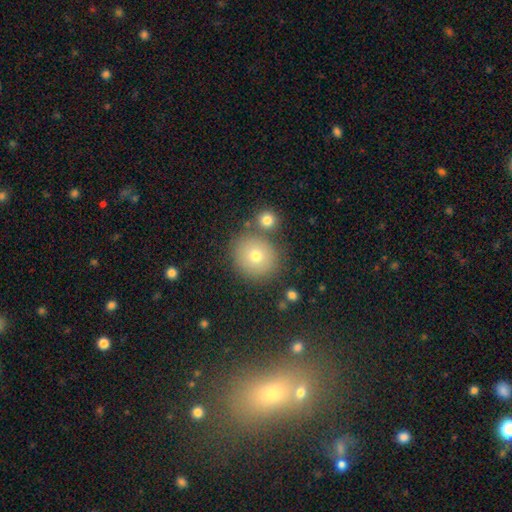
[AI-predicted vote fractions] Smooth or featured?
  - smooth: 73% *
  - star or artifact: 14%
  - featured or disk: 13%
How rounded?
  - round: 88% *
  - in between: 11%
  - cigar-shaped: 1%
Merging?
  - none: 79% *
  - merger: 9%
  - minor disturbance: 9%
  - major disturbance: 3%